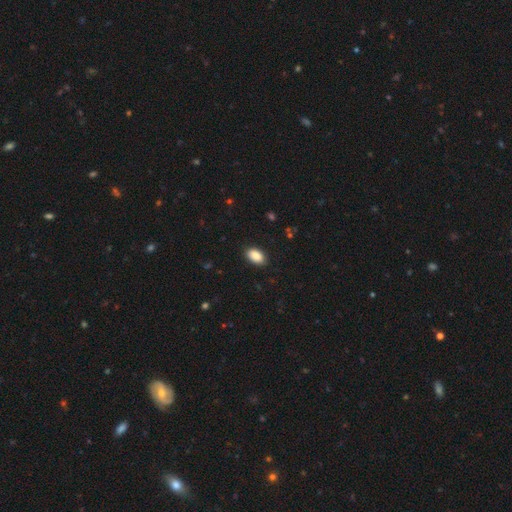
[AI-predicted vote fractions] Smooth or featured? Predicted: smooth (p=0.89). How rounded? Predicted: in between (p=0.92). Merging? Predicted: none (p=0.88).